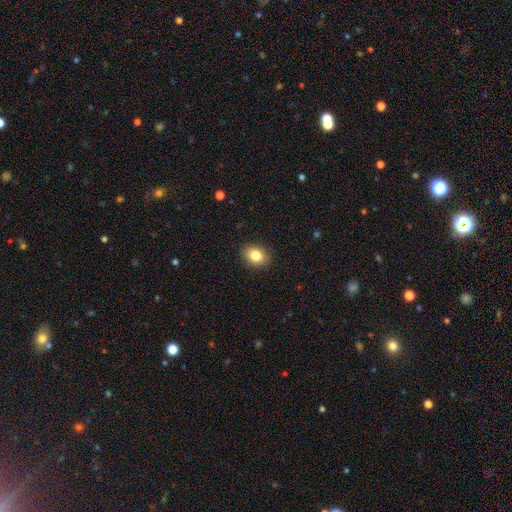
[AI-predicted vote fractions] A smooth galaxy with no disk features (83%) that is in between round and cigar-shaped (58%).

Vote fractions:
- Smooth or featured? smooth: 83% / star or artifact: 9% / featured or disk: 7%
- How rounded? in between: 58% / round: 41% / cigar-shaped: 1%
- Merging? none: 90% / minor disturbance: 7% / major disturbance: 2% / merger: 1%